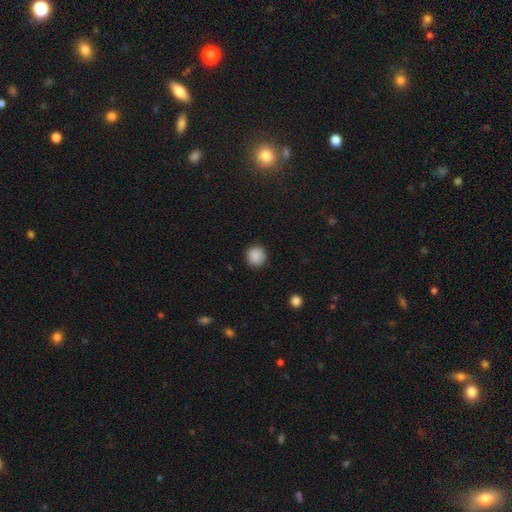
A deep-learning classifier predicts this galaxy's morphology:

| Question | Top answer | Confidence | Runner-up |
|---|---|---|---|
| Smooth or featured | smooth | 88% | star or artifact (8%) |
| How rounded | round | 89% | in between (10%) |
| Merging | none | 88% | minor disturbance (9%) |